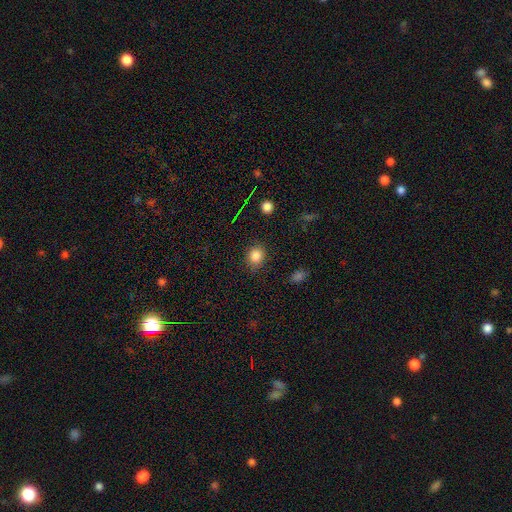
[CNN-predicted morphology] Q: Smooth or featured?
A: smooth (84%); runner-up: star or artifact (12%)
Q: How rounded?
A: round (74%); runner-up: in between (25%)
Q: Merging?
A: none (84%); runner-up: minor disturbance (11%)